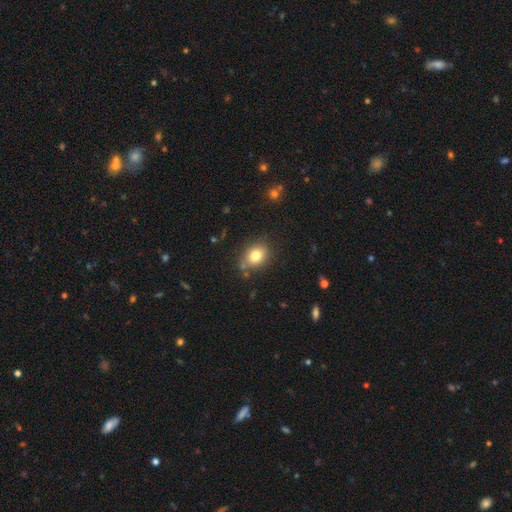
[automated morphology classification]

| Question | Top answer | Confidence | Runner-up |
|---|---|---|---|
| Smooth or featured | smooth | 79% | star or artifact (11%) |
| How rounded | in between | 54% | round (45%) |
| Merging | none | 78% | minor disturbance (14%) |